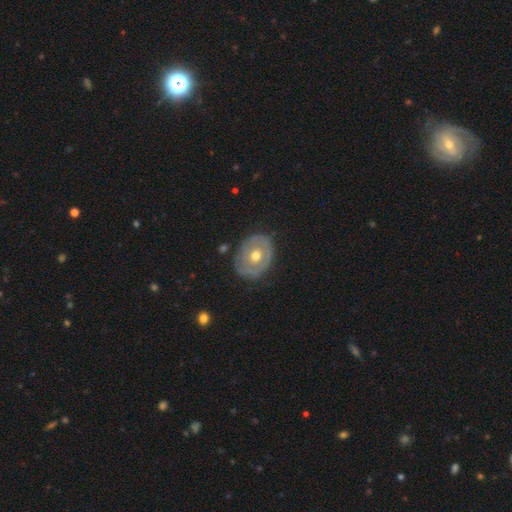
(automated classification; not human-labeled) This appears to be a featured or disk galaxy (62%) with no bar (86%), no spiral arms (67%) and a moderate central bulge (80%). Merging: none (74%).